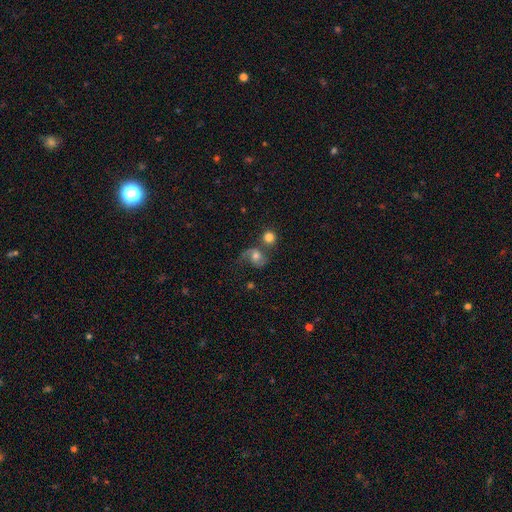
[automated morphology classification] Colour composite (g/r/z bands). It shows a featured or disk galaxy (54%) with no bar (66%), spiral arms (86%) and a moderate central bulge (63%). Merging: none (41%).